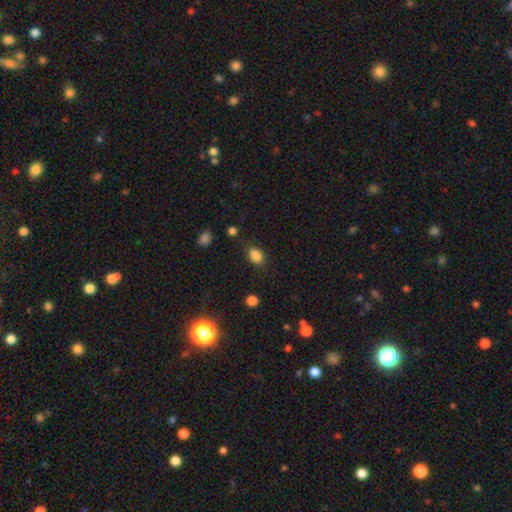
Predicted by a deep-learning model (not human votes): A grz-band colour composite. It shows a smooth galaxy with no disk features (85%) that is in between round and cigar-shaped (81%). Merging: none (80%).